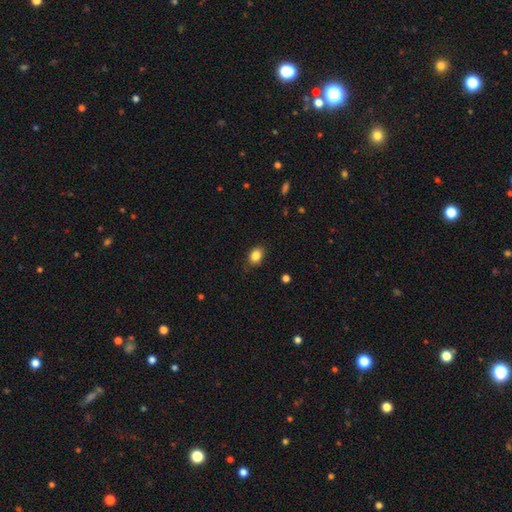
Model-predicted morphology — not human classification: smooth 86%, star or artifact 9%, featured or disk 5%. Down the decision tree: how rounded — in between (74%); merging — none (80%).